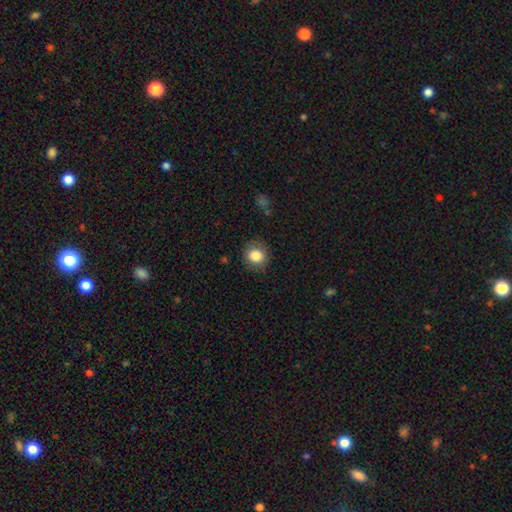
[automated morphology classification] The model was most divided on "how rounded": round: 80%, in between: 19%, cigar-shaped: 1%. More confident: smooth or featured — smooth (83%); merging — none (83%).